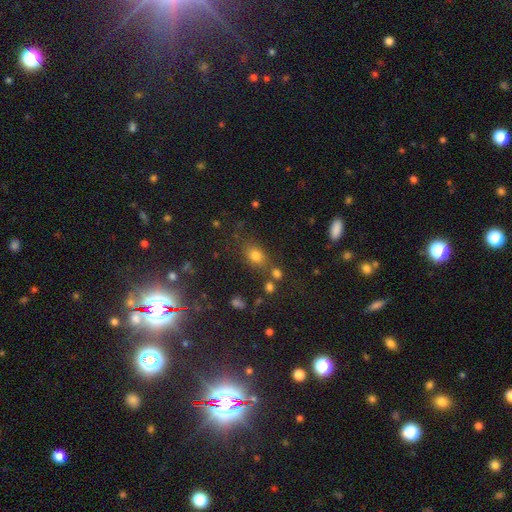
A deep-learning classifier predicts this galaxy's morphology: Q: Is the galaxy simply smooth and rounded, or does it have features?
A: smooth — 74%.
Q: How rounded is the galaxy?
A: in between — 60%.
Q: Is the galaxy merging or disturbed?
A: none — 68%.